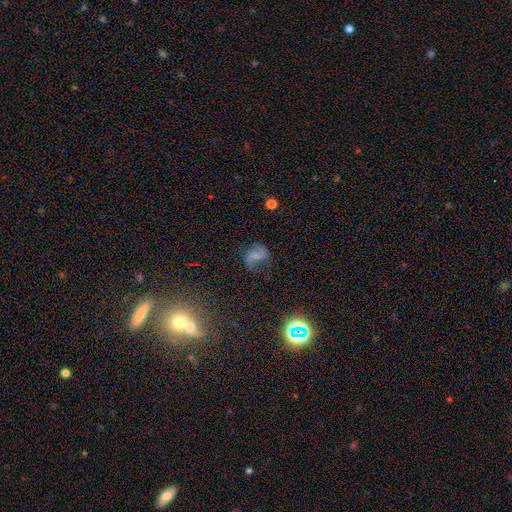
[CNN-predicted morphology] smooth-or-featured: featured or disk: 69% | smooth: 18% | star or artifact: 13%
  disk-edge-on: no: 98% | yes: 2%
    bar: weak: 41% (tied) | no: 41% (tied) | strong: 18%
    has-spiral-arms: yes: 91% | no: 9%
      spiral-winding: loose: 62% | medium: 31% | tight: 7%
      spiral-arm-count: 2: 86% | 1: 7% | can't tell: 4% | 3: 1% | 4: 1% | more than 4: 1%
    bulge-size: none: 60% | small: 22% | moderate: 13% | large: 4% | dominant: 1%
  merging: none: 59% | minor disturbance: 20% | major disturbance: 19% | merger: 3%